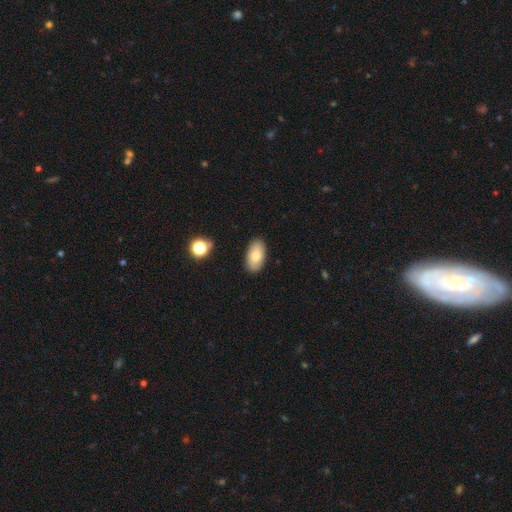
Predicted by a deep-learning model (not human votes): A smooth galaxy with no disk features (81%) that is in between round and cigar-shaped (94%).

Vote fractions:
- Smooth or featured? smooth: 81% / featured or disk: 12% / star or artifact: 7%
- How rounded? in between: 94% / round: 4% / cigar-shaped: 2%
- Merging? none: 88% / minor disturbance: 9% / major disturbance: 2% / merger: 1%